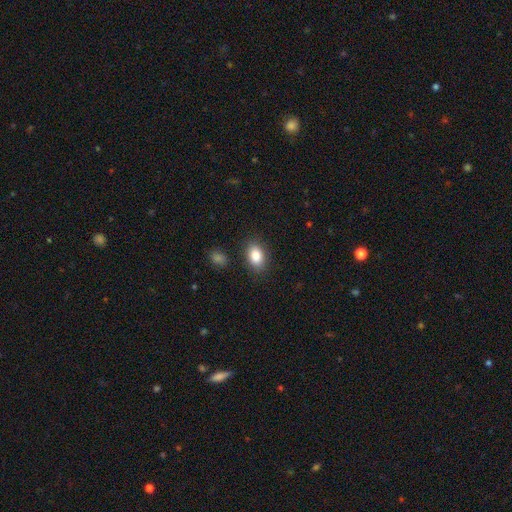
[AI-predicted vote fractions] A smooth galaxy with no disk features (86%) that is in between round and cigar-shaped (84%).

Vote fractions:
- Smooth or featured? smooth: 86% / star or artifact: 8% / featured or disk: 6%
- How rounded? in between: 84% / round: 15% / cigar-shaped: 1%
- Merging? none: 85% / minor disturbance: 10% / major disturbance: 3% / merger: 2%